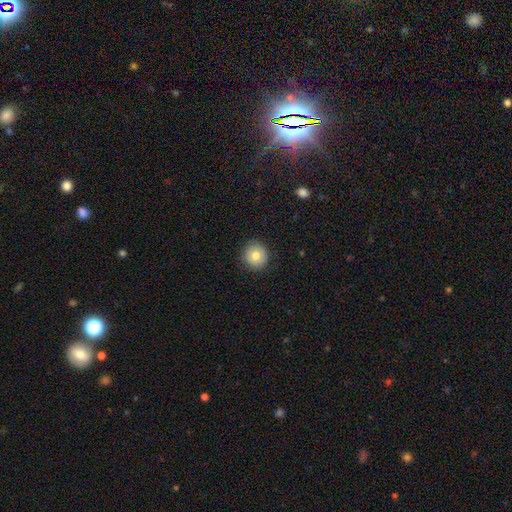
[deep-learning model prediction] The model was most divided on "smooth or featured": smooth: 76%, featured or disk: 15%, star or artifact: 9%. More confident: how rounded — round (91%); merging — none (87%).